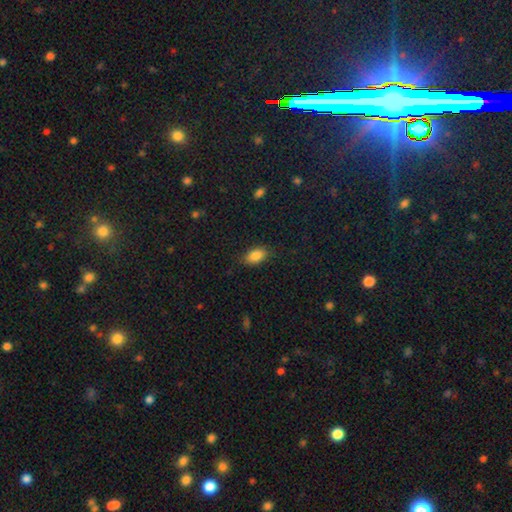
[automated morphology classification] A smooth galaxy with no disk features (86%) that is in between round and cigar-shaped (89%).

Vote fractions:
- Smooth or featured? smooth: 86% / star or artifact: 8% / featured or disk: 6%
- How rounded? in between: 89% / round: 8% / cigar-shaped: 3%
- Merging? none: 83% / minor disturbance: 13% / major disturbance: 3% / merger: 1%